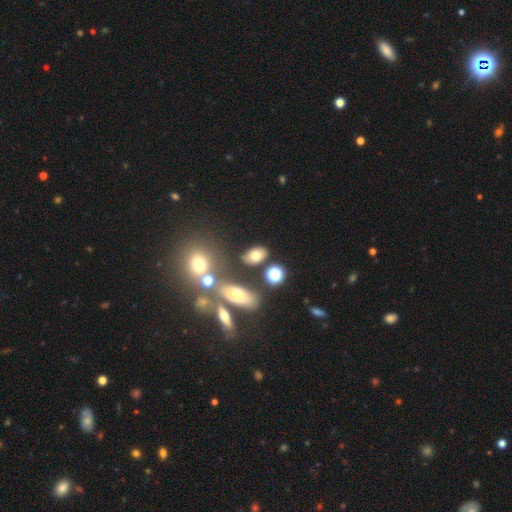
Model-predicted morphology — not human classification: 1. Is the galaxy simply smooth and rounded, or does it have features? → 70% smooth, 17% featured or disk, 14% star or artifact.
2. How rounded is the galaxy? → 83% in between, 14% round, 3% cigar-shaped.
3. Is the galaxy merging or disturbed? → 73% none, 11% minor disturbance, 11% merger, 5% major disturbance.